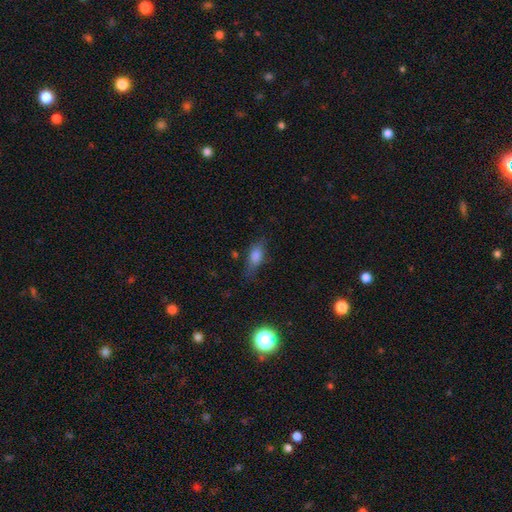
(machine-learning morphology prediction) Smooth or featured?
  - smooth: 72% *
  - featured or disk: 16%
  - star or artifact: 13%
How rounded?
  - in between: 73% *
  - cigar-shaped: 20%
  - round: 7%
Merging?
  - none: 65% *
  - minor disturbance: 24%
  - major disturbance: 8%
  - merger: 2%